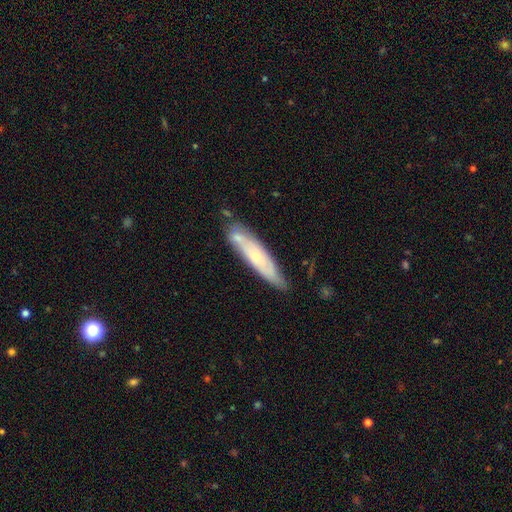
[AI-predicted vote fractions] This is possibly a featured or disk galaxy (53%). It is possibly not viewed edge-on (52%). Merging: likely none (65%).